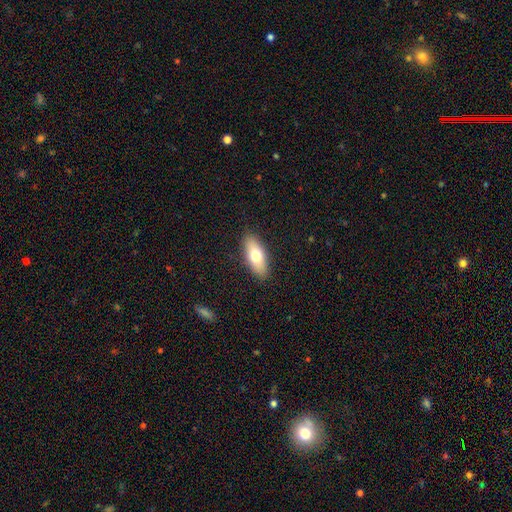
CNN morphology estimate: Smooth or featured: smooth — 70% (featured or disk — 24%)
How rounded: in between — 79% (cigar-shaped — 18%)
Merging: none — 88% (minor disturbance — 9%)